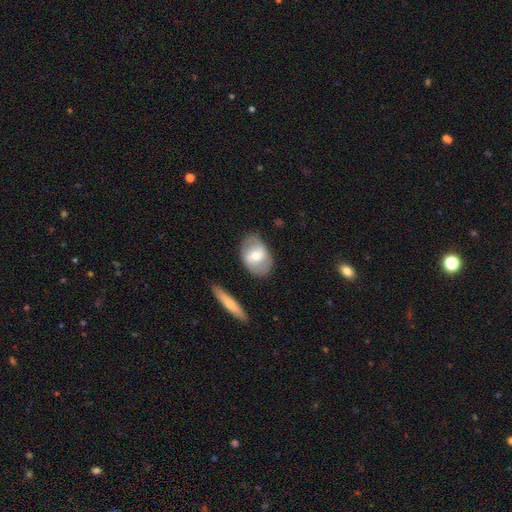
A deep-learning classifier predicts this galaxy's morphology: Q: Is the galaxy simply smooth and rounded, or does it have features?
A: featured or disk — 48%.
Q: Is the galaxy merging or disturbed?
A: none — 79%.